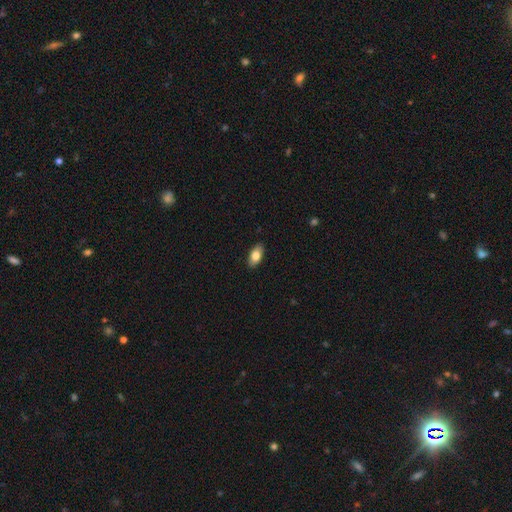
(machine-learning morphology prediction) smooth-or-featured: smooth: 79% | featured or disk: 14% | star or artifact: 7%
  how-rounded: in between: 91% | cigar-shaped: 6% | round: 3%
  merging: none: 89% | minor disturbance: 8% | major disturbance: 2% | merger: 1%